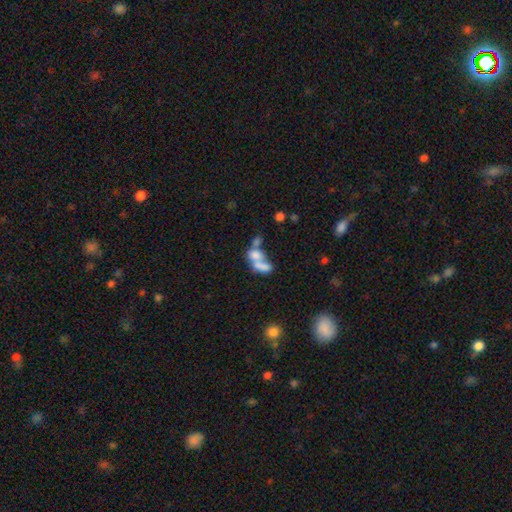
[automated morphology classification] type=smooth (63%); roundness=in between (75%); merging=merger (67%).